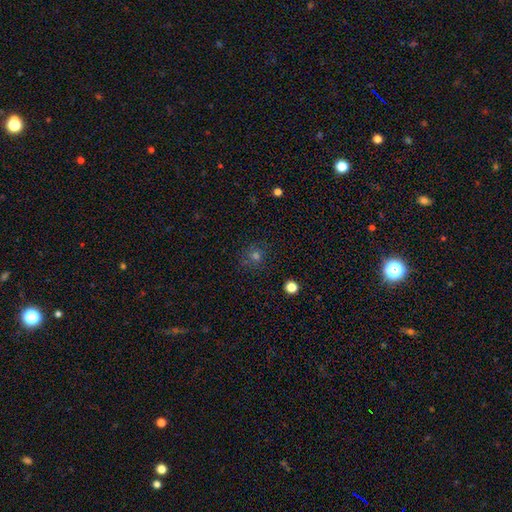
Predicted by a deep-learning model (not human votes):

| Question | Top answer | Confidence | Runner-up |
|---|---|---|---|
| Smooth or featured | smooth | 67% | star or artifact (25%) |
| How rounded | round | 91% | in between (8%) |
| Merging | none | 85% | minor disturbance (10%) |